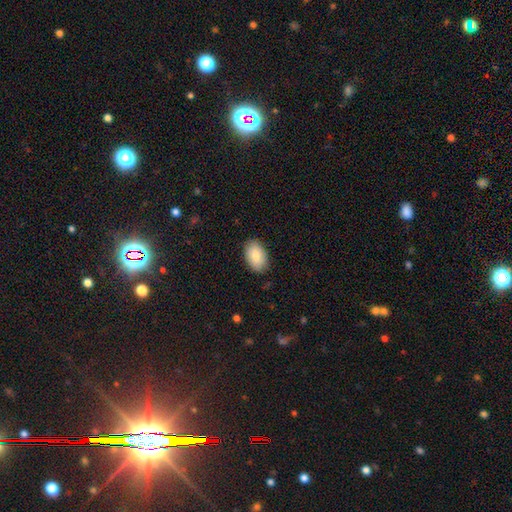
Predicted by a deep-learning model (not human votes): smooth 84%, featured or disk 10%, star or artifact 6%. Down the decision tree: how rounded — in between (91%); merging — none (86%).